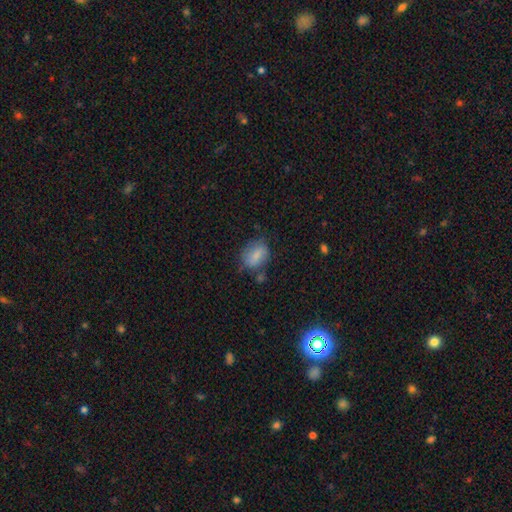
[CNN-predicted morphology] Q: Smooth or featured?
A: smooth (75%); runner-up: featured or disk (17%)
Q: How rounded?
A: in between (68%); runner-up: round (30%)
Q: Merging?
A: none (57%); runner-up: minor disturbance (26%)